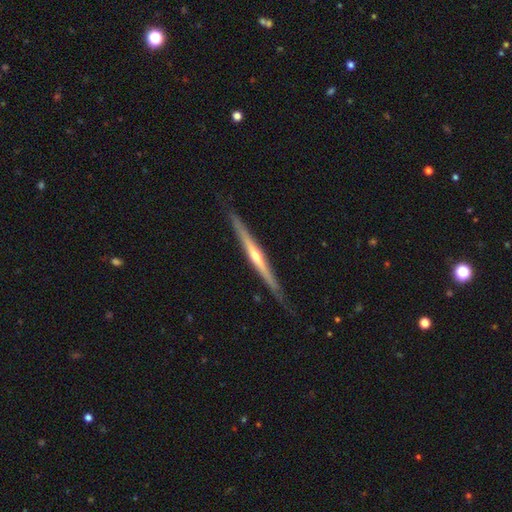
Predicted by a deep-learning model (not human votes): This is likely a featured or disk galaxy (78%). It is clearly viewed edge-on (98%). Edge-on bulge: likely rounded (71%). Merging: clearly none (85%).